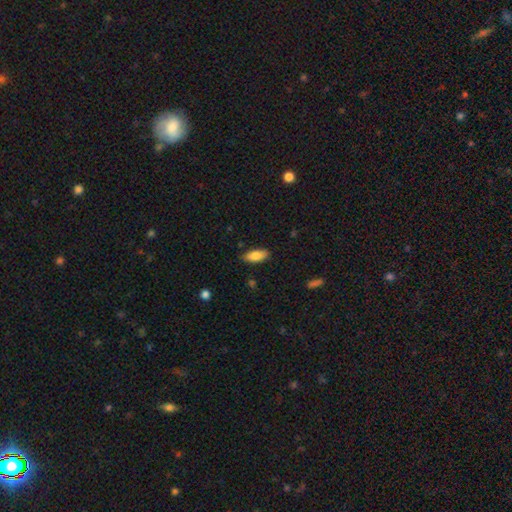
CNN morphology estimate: A smooth galaxy with no disk features (86%) that is in between round and cigar-shaped (82%).

Vote fractions:
- Smooth or featured? smooth: 86% / featured or disk: 8% / star or artifact: 6%
- How rounded? in between: 82% / cigar-shaped: 16% / round: 2%
- Merging? none: 85% / minor disturbance: 11% / major disturbance: 2% / merger: 1%